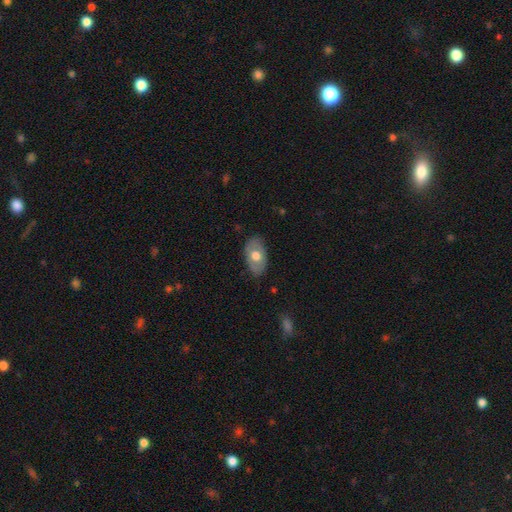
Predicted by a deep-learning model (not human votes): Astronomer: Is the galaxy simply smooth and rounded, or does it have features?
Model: smooth — 57% (runner-up: featured or disk, 37%).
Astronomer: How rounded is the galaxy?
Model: in between — 90%.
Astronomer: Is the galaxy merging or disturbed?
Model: none — 80%.